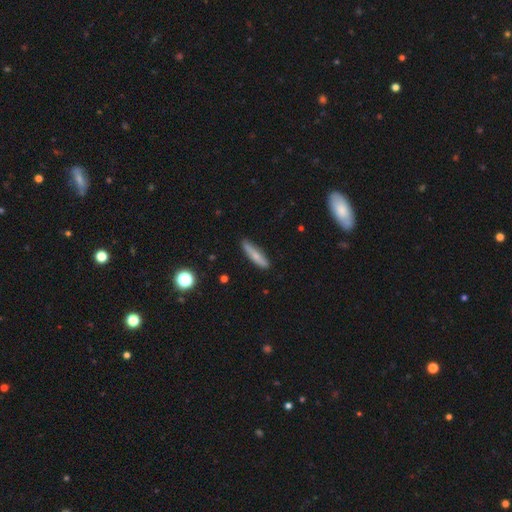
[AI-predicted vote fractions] The model was most divided on "smooth or featured": smooth: 68%, featured or disk: 25%, star or artifact: 7%. More confident: merging — none (86%); how rounded — cigar-shaped (83%).